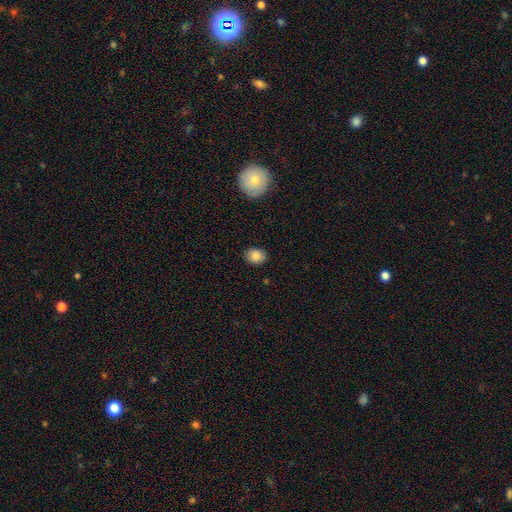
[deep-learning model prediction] smooth_or_featured: smooth (p=0.86) [alt: star or artifact p=0.09]
how_rounded: round (p=0.61) [alt: in between p=0.38]
merging: none (p=0.88) [alt: minor disturbance p=0.09]